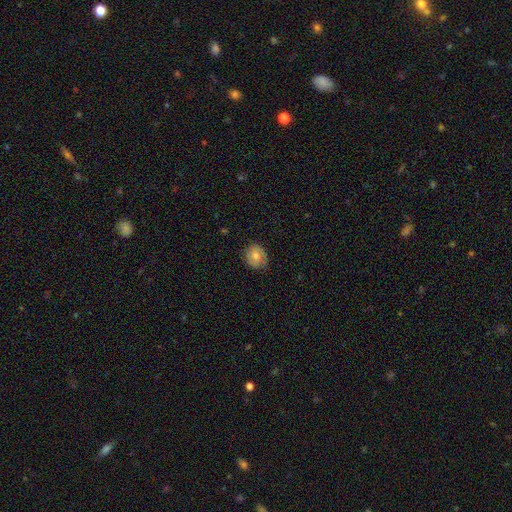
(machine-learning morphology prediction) Q: Smooth or featured?
A: smooth (72%); runner-up: featured or disk (20%)
Q: How rounded?
A: round (68%); runner-up: in between (31%)
Q: Merging?
A: none (76%); runner-up: minor disturbance (19%)